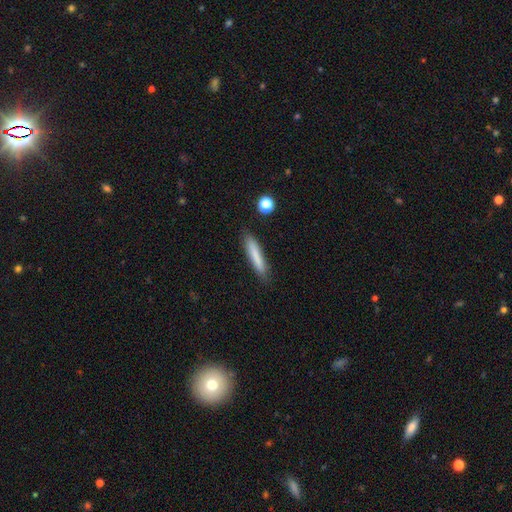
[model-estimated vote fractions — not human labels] smooth_or_featured: smooth (p=0.78) [alt: featured or disk p=0.15]
how_rounded: cigar-shaped (p=0.91) [alt: in between p=0.07]
merging: none (p=0.86) [alt: minor disturbance p=0.10]